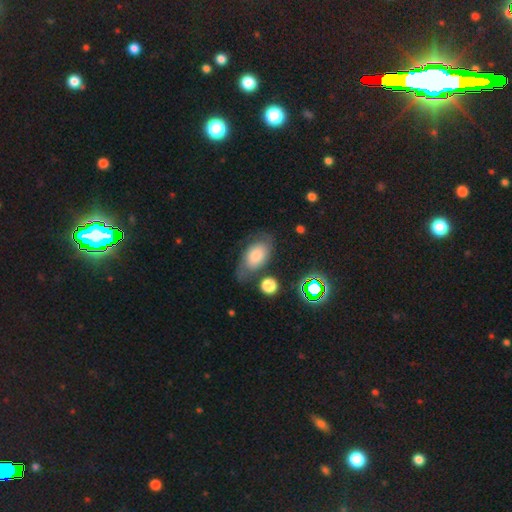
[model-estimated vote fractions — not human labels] Smooth or featured: smooth — 54% (featured or disk — 35%)
How rounded: in between — 89% (round — 9%)
Merging: none — 57% (minor disturbance — 26%)